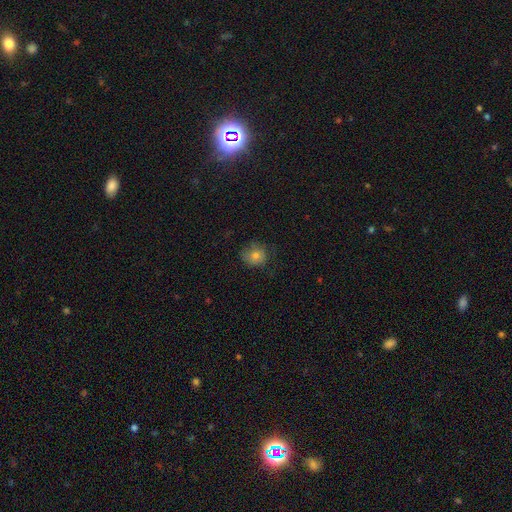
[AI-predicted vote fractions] smooth_or_featured: smooth (p=0.75) [alt: featured or disk p=0.14]
how_rounded: round (p=0.82) [alt: in between p=0.17]
merging: none (p=0.69) [alt: minor disturbance p=0.22]